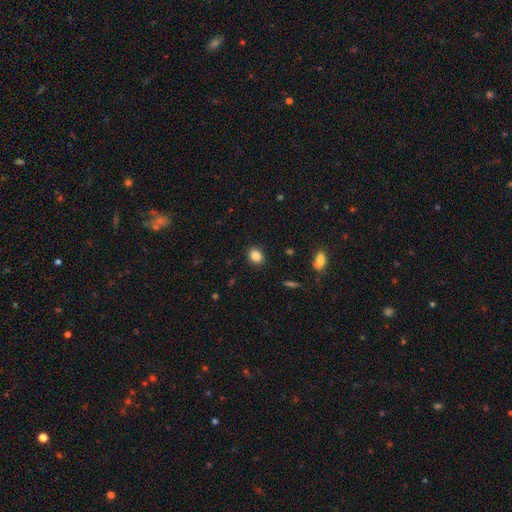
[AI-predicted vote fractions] This appears to be a smooth galaxy with no disk features (85%) that is round (50%). Merging: none (90%).